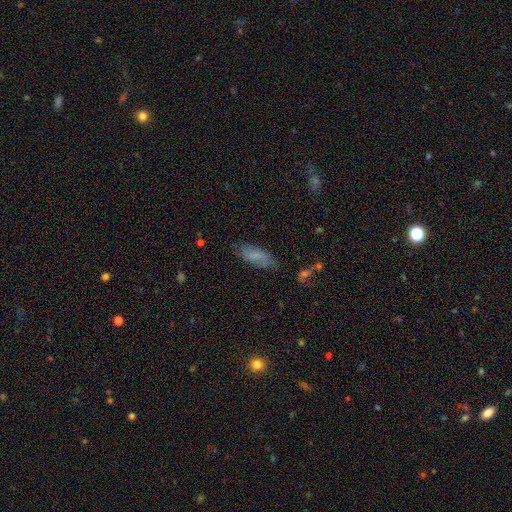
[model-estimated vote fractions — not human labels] A smooth galaxy with no disk features (70%) that is in between round and cigar-shaped (73%).

Vote fractions:
- Smooth or featured? smooth: 70% / featured or disk: 21% / star or artifact: 9%
- How rounded? in between: 73% / cigar-shaped: 25% / round: 2%
- Merging? none: 72% / minor disturbance: 20% / major disturbance: 5% / merger: 2%